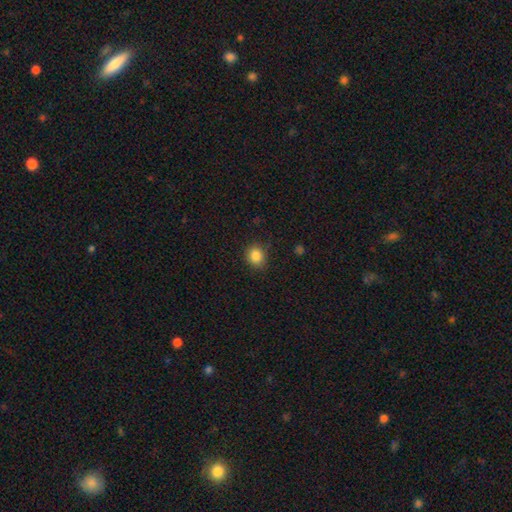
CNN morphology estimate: Smooth or featured?
  - smooth: 85% *
  - star or artifact: 11%
  - featured or disk: 4%
How rounded?
  - round: 78% *
  - in between: 21%
  - cigar-shaped: 1%
Merging?
  - none: 85% *
  - minor disturbance: 11%
  - major disturbance: 3%
  - merger: 1%